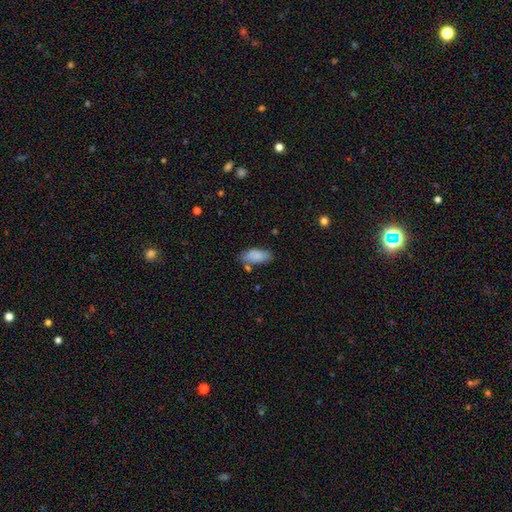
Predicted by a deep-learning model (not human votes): This is clearly a smooth galaxy (86%). How rounded: clearly in between (88%). Merging: likely none (67%).